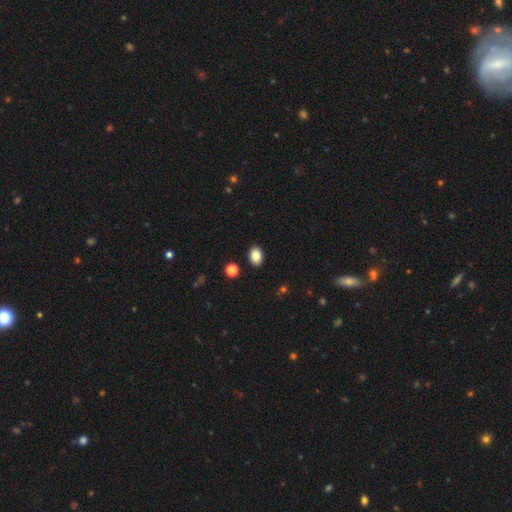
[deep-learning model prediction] A smooth galaxy with no disk features (86%) that is in between round and cigar-shaped (81%).

Vote fractions:
- Smooth or featured? smooth: 86% / star or artifact: 9% / featured or disk: 5%
- How rounded? in between: 81% / round: 18% / cigar-shaped: 1%
- Merging? none: 89% / minor disturbance: 7% / merger: 2% / major disturbance: 2%